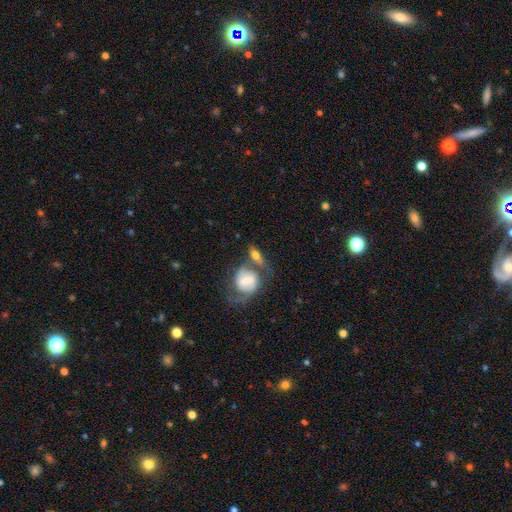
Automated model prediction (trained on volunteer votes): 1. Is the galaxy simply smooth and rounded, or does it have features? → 47% featured or disk, 45% smooth, 8% star or artifact.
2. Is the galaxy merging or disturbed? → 44% none, 32% merger, 15% minor disturbance, 10% major disturbance.